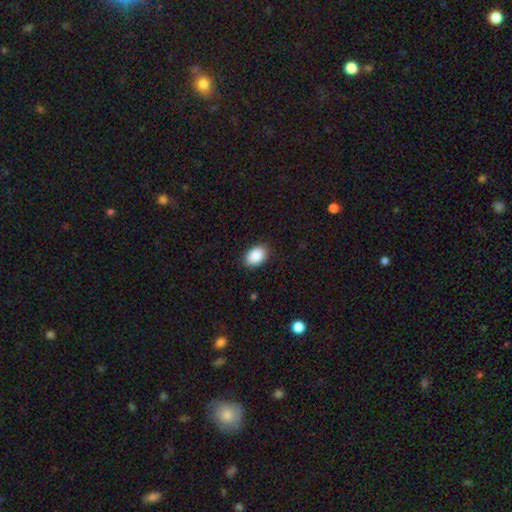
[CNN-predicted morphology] Smooth or featured?
  - smooth: 91% *
  - star or artifact: 7%
  - featured or disk: 3%
How rounded?
  - in between: 85% *
  - round: 14%
  - cigar-shaped: 1%
Merging?
  - none: 88% *
  - minor disturbance: 9%
  - major disturbance: 2%
  - merger: 1%